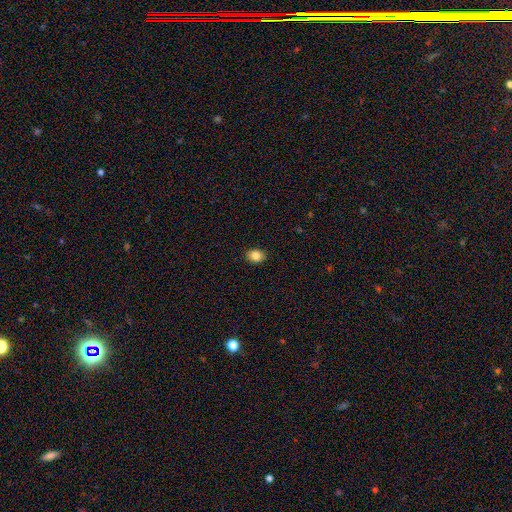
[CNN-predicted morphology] Smooth or featured?
  - smooth: 84% *
  - star or artifact: 10%
  - featured or disk: 6%
How rounded?
  - in between: 58% *
  - round: 41%
  - cigar-shaped: 1%
Merging?
  - none: 90% *
  - minor disturbance: 7%
  - major disturbance: 2%
  - merger: 1%